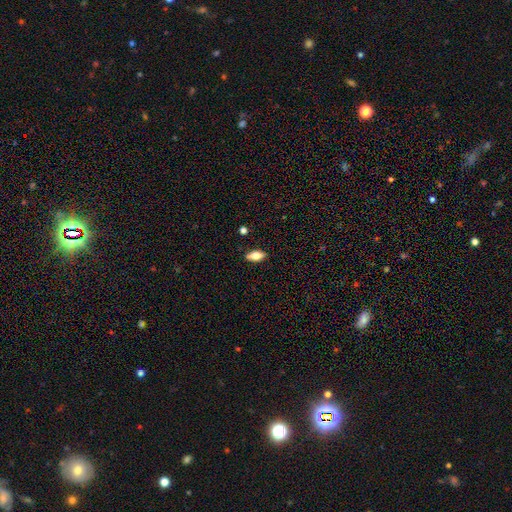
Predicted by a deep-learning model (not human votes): A smooth galaxy with no disk features (71%) that is in between round and cigar-shaped (84%).

Vote fractions:
- Smooth or featured? smooth: 71% / featured or disk: 22% / star or artifact: 8%
- How rounded? in between: 84% / cigar-shaped: 13% / round: 3%
- Merging? none: 86% / minor disturbance: 10% / major disturbance: 2% / merger: 2%